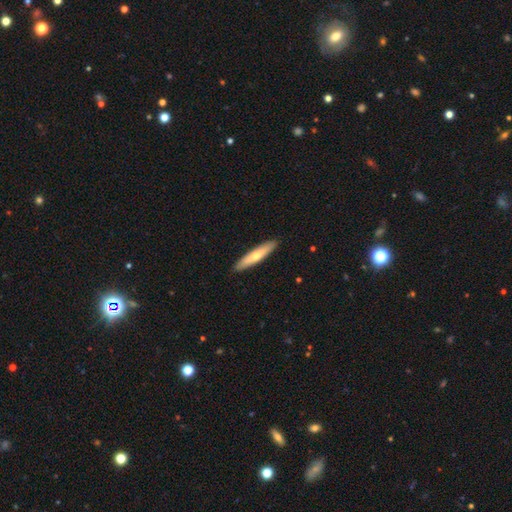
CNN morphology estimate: A smooth galaxy with no disk features (58%) that is cigar-shaped (89%). Merging: none (91%).